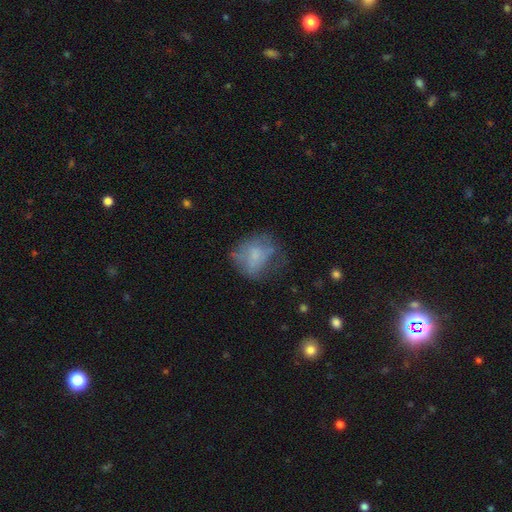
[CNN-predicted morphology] A smooth galaxy with no disk features (59%) that is round (60%). Merging: none (42%).